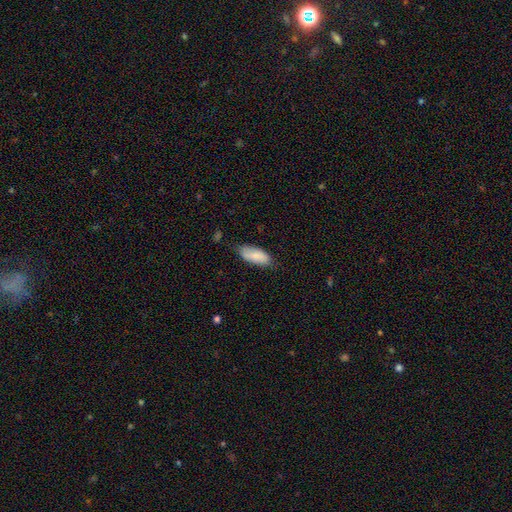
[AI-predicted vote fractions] Overall: smooth (81%). How rounded: in between (85%). Merging: none (74%).